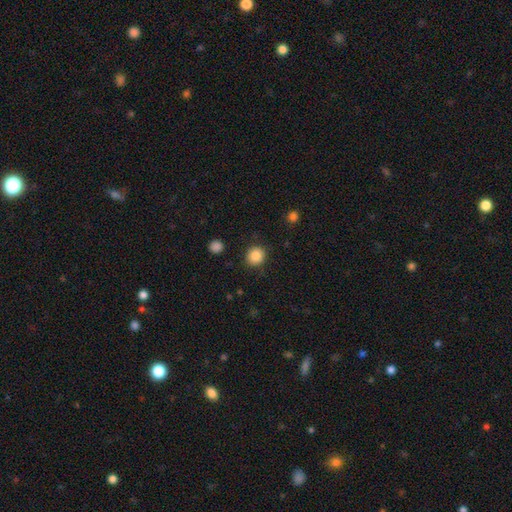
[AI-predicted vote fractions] A smooth galaxy with no disk features (87%) that is round (88%).

Vote fractions:
- Smooth or featured? smooth: 87% / star or artifact: 10% / featured or disk: 4%
- How rounded? round: 88% / in between: 12% / cigar-shaped: 1%
- Merging? none: 88% / minor disturbance: 7% / major disturbance: 3% / merger: 2%